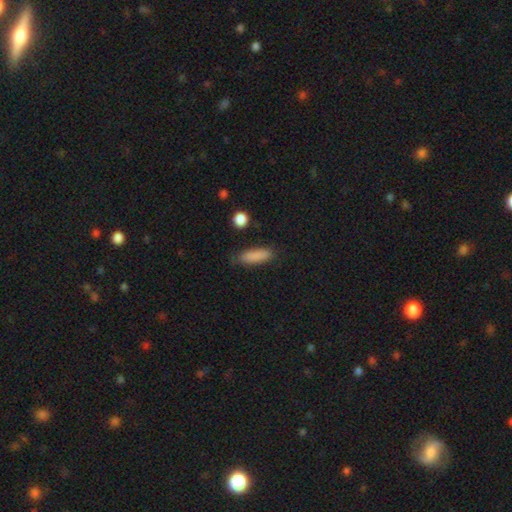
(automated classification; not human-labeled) smooth 86%, star or artifact 7%, featured or disk 7%. Down the decision tree: how rounded — cigar-shaped (56%); merging — none (78%).